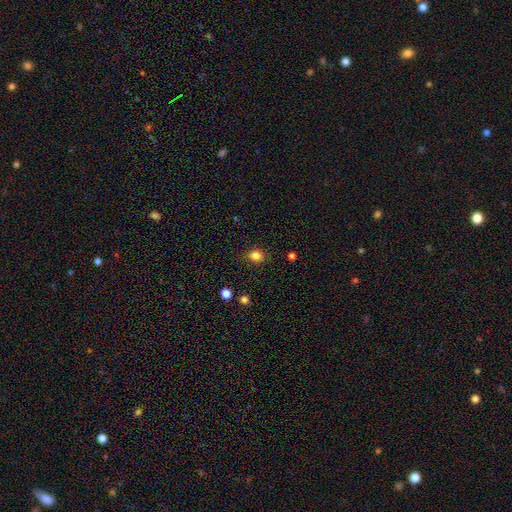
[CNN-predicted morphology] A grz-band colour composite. It shows a smooth galaxy with no disk features (83%) that is in between round and cigar-shaped (51%). Merging: none (82%).